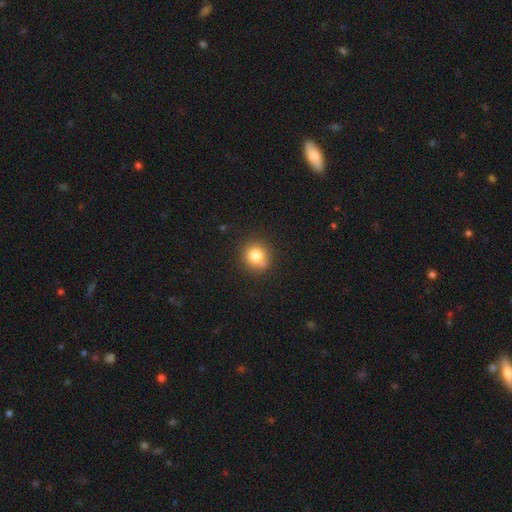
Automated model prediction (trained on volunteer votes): Smooth or featured: smooth — 80% (star or artifact — 11%)
How rounded: round — 89% (in between — 10%)
Merging: none — 74% (minor disturbance — 14%)